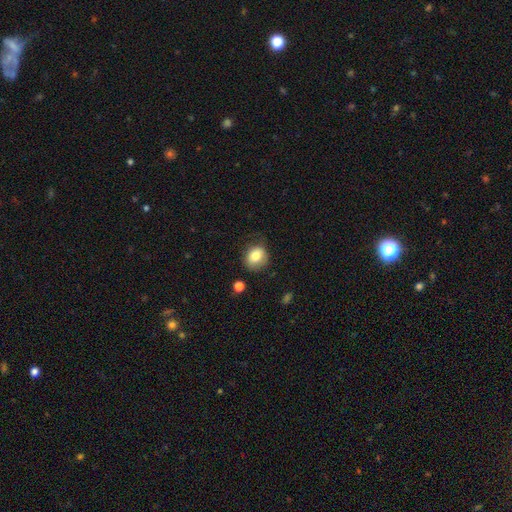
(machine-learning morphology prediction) This is likely a smooth galaxy (79%). How rounded: likely round (65%). Merging: likely none (67%).